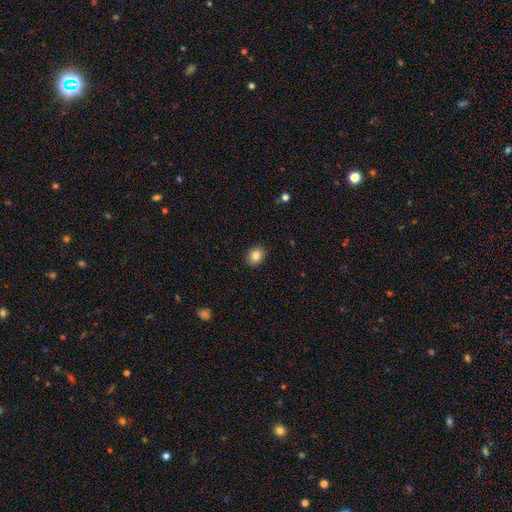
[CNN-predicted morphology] type=smooth (84%); roundness=round (54%); merging=none (91%).